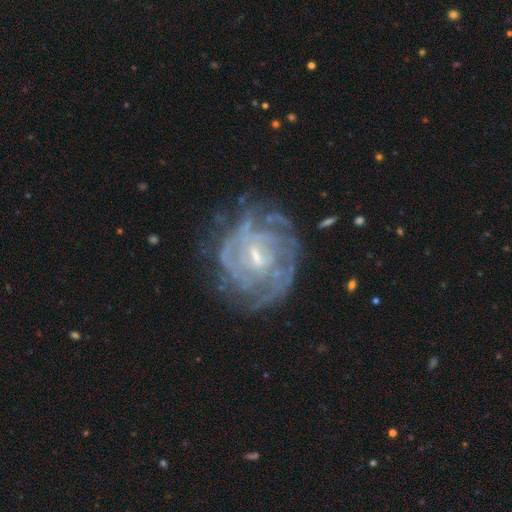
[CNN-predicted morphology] Smooth or featured: featured or disk — 84% (smooth — 9%)
Edge-on disk: no — 97% (yes — 3%)
Bar: weak — 58% (no — 28%)
Spiral arms: yes — 87% (no — 13%)
Spiral winding: tight — 67% (medium — 26%)
Spiral arm count: can't tell — 49% (3 — 13%)
Bulge size: small — 58% (moderate — 32%)
Merging: none — 63% (minor disturbance — 21%)